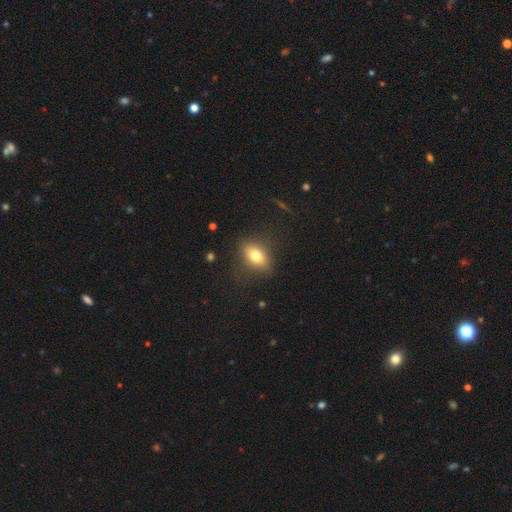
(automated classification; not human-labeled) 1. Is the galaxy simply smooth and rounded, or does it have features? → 75% smooth, 15% featured or disk, 10% star or artifact.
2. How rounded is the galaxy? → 80% in between, 15% round, 5% cigar-shaped.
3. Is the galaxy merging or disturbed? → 78% none, 15% minor disturbance, 6% major disturbance, 1% merger.